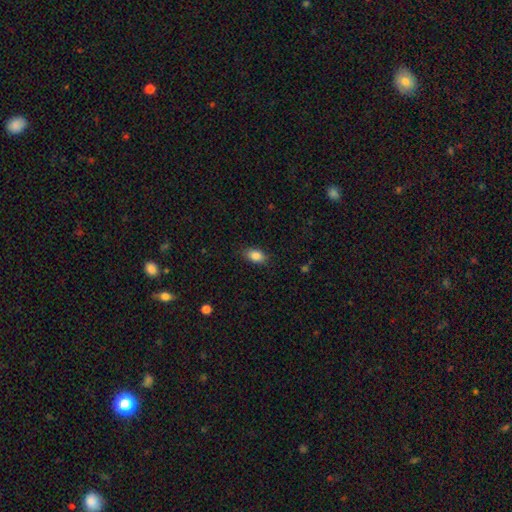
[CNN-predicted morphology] Smooth or featured? smooth (86%)
How rounded? in between (87%)
Merging? none (84%)